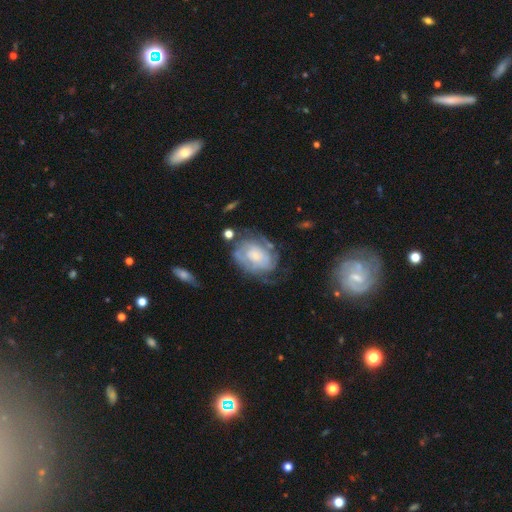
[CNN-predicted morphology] The model was most divided on "spiral arm count": can't tell: 45%, 2: 28%, 3: 12%, 4: 6%, 1: 5%, more than 4: 4%. Remaining: edge-on disk — no (97%); spiral arms — yes (85%); smooth or featured — featured or disk (76%); bar — no (74%); spiral winding — tight (62%); merging — none (56%); bulge size — small (48%).